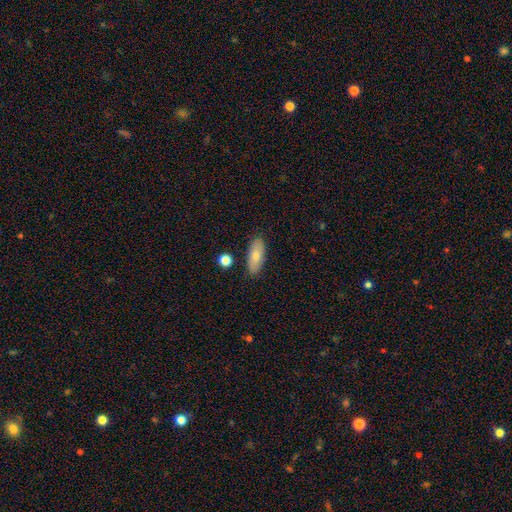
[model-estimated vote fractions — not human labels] The model was most divided on "smooth or featured": smooth: 65%, featured or disk: 26%, star or artifact: 9%. More confident: merging — none (86%); how rounded — in between (79%).